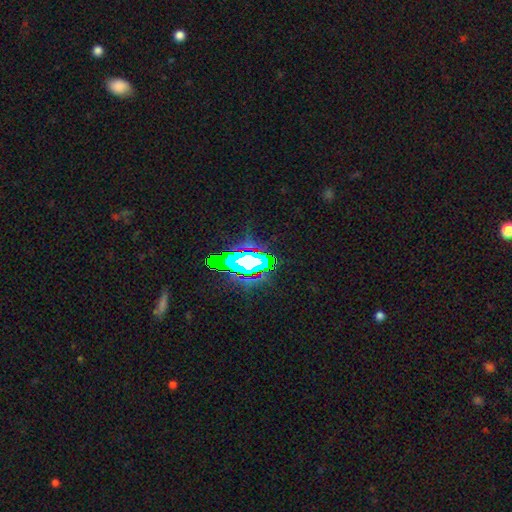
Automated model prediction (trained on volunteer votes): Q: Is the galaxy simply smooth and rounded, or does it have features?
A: star or artifact — 60%.